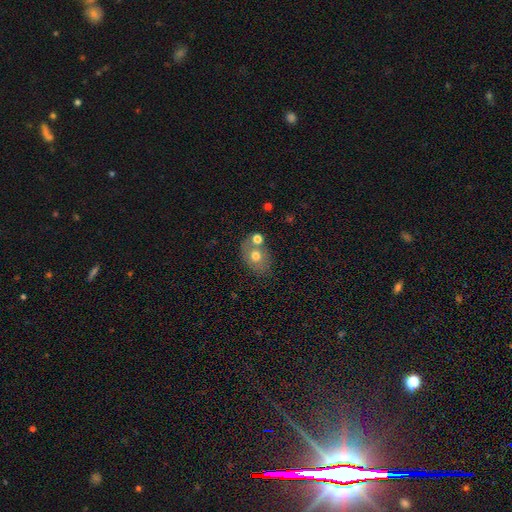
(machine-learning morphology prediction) This appears to be a smooth galaxy with no disk features (67%) that is in between round and cigar-shaped (57%). Merging: none (51%).